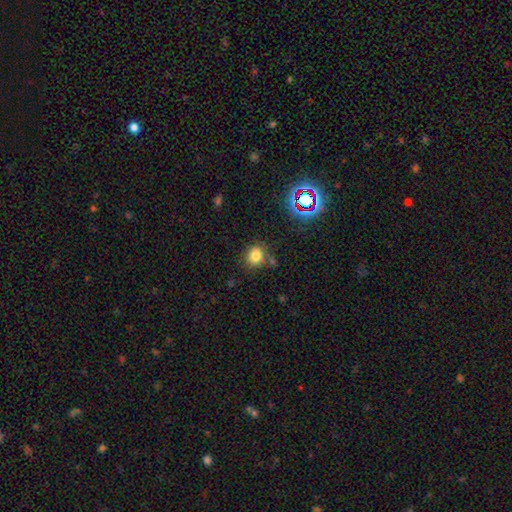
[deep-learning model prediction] A smooth galaxy with no disk features (78%) that is round (67%). Merging: none (72%).